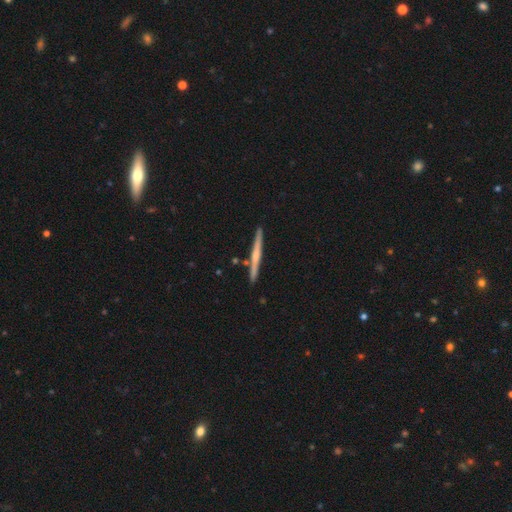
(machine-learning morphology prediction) Q: Smooth or featured?
A: featured or disk (58%); runner-up: smooth (37%)
Q: Edge-on disk?
A: yes (98%); runner-up: no (2%)
Q: Edge-on bulge?
A: rounded (46%); runner-up: none (45%)
Q: Merging?
A: none (89%); runner-up: minor disturbance (7%)